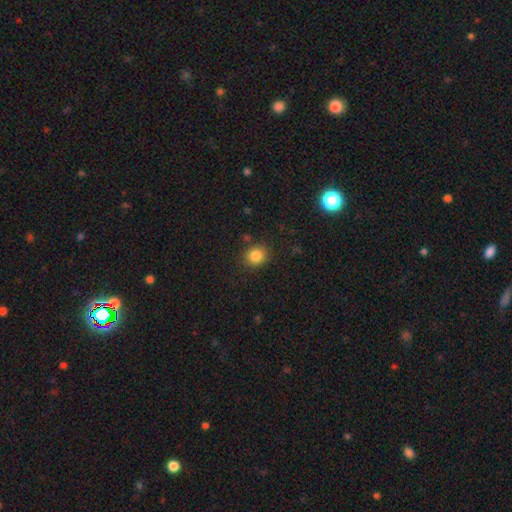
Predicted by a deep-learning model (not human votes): Overall: smooth (85%). How rounded: round (77%). Merging: none (85%).